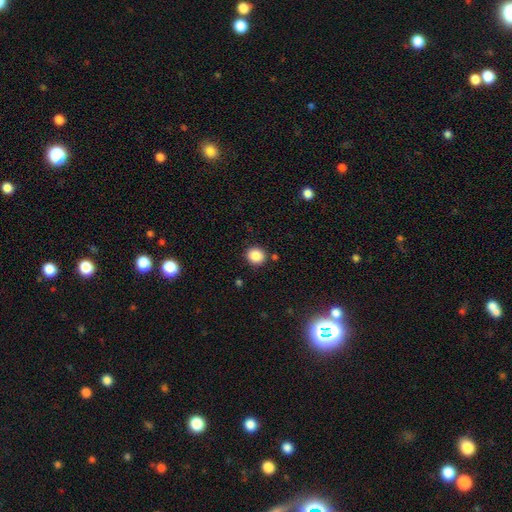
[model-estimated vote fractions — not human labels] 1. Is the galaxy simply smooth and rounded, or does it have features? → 86% smooth, 10% star or artifact, 4% featured or disk.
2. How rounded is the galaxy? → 82% round, 17% in between, 1% cigar-shaped.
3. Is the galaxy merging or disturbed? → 86% none, 8% minor disturbance, 4% merger, 2% major disturbance.